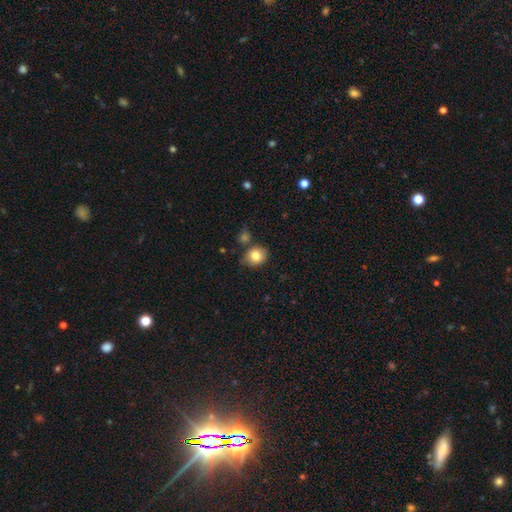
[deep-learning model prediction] The model was most divided on "how rounded": round: 58%, in between: 41%, cigar-shaped: 1%. More confident: smooth or featured — smooth (81%); merging — none (74%).